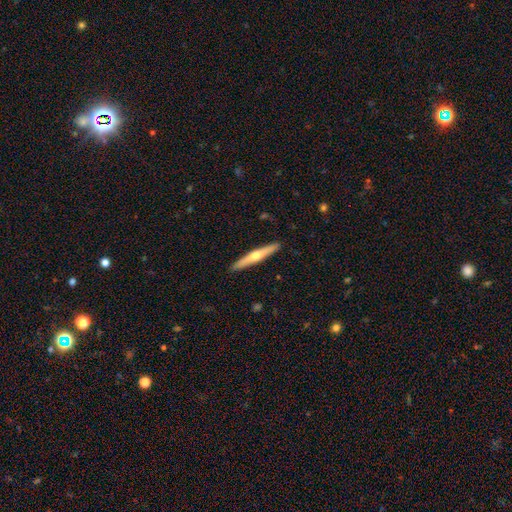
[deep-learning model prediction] Q: Smooth or featured?
A: featured or disk (57%); runner-up: smooth (38%)
Q: Edge-on disk?
A: yes (97%); runner-up: no (3%)
Q: Edge-on bulge?
A: rounded (88%); runner-up: none (9%)
Q: Merging?
A: none (91%); runner-up: minor disturbance (7%)